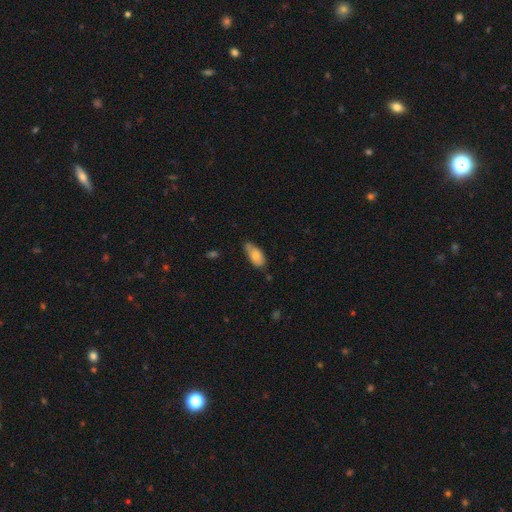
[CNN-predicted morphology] A smooth galaxy with no disk features (78%) that is in between round and cigar-shaped (90%). Merging: none (59%).